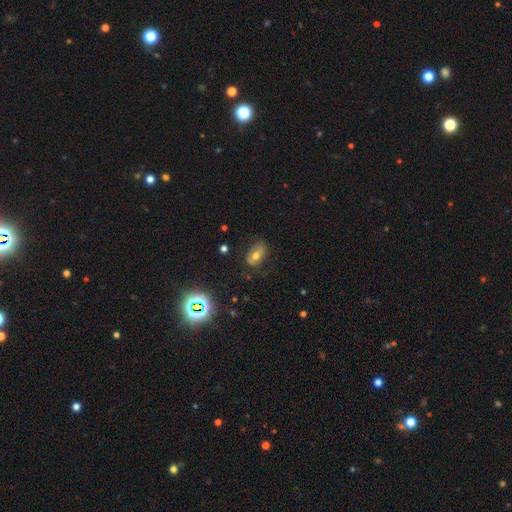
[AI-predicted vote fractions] A smooth galaxy with no disk features (53%) that is in between round and cigar-shaped (83%).

Vote fractions:
- Smooth or featured? smooth: 53% / featured or disk: 31% / star or artifact: 15%
- How rounded? in between: 83% / round: 15% / cigar-shaped: 2%
- Merging? none: 69% / minor disturbance: 22% / major disturbance: 7% / merger: 2%